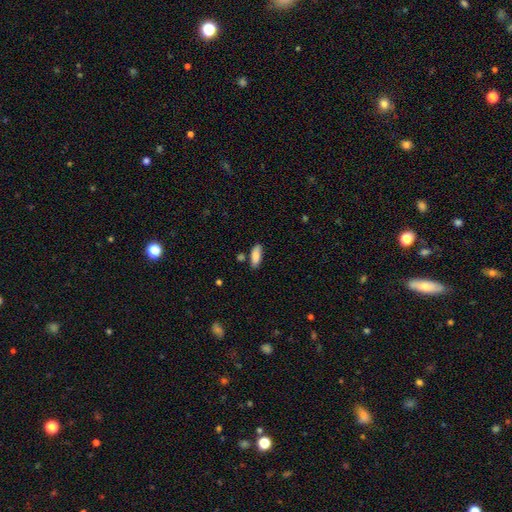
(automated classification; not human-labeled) This is clearly a smooth galaxy (83%). How rounded: likely in between (78%). Merging: likely none (78%).